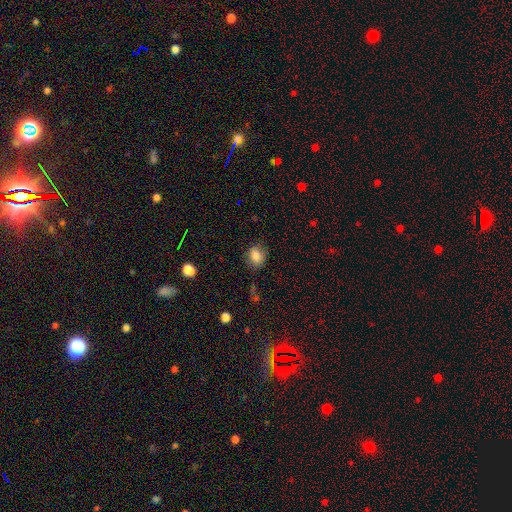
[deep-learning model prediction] Smooth or featured: smooth — 82% (star or artifact — 10%)
How rounded: in between — 50% (round — 49%)
Merging: none — 79% (minor disturbance — 15%)